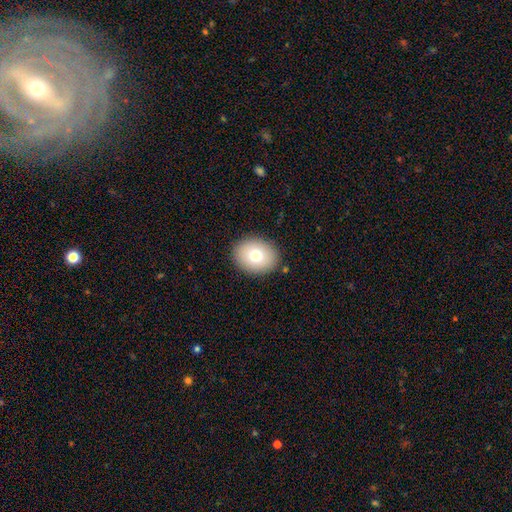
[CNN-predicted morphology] Smooth or featured? Predicted: smooth (p=0.76). How rounded? Predicted: in between (p=0.54). Merging? Predicted: none (p=0.89).